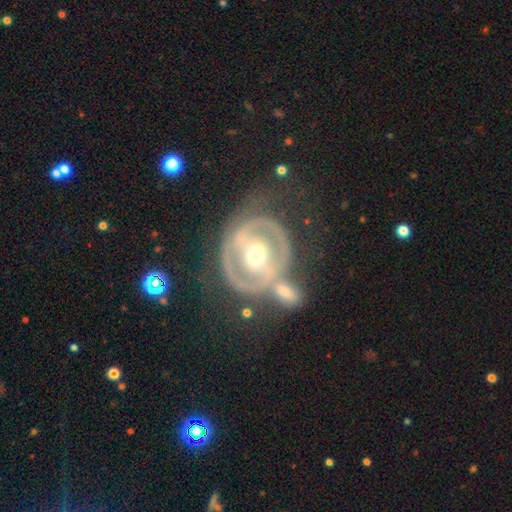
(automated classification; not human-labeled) Overall: featured or disk (81%). Edge-on disk: no (96%). Bar: strong (34%; weak 33%). Spiral arms: yes (66%; no 34%). Spiral arm count: 2 (71%). Spiral winding: tight (49%; medium 36%). Bulge size: moderate (72%). Merging: none (44%; merger 27%).